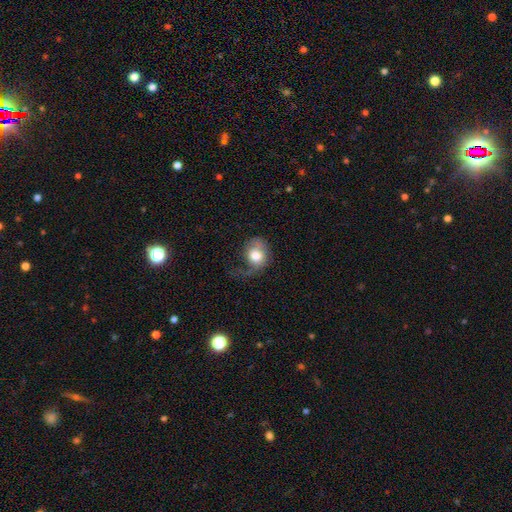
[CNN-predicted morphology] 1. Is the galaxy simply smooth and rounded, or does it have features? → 71% smooth, 21% featured or disk, 8% star or artifact.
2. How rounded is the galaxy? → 58% round, 41% in between, 1% cigar-shaped.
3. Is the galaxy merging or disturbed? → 41% major disturbance, 30% none, 27% minor disturbance, 3% merger.